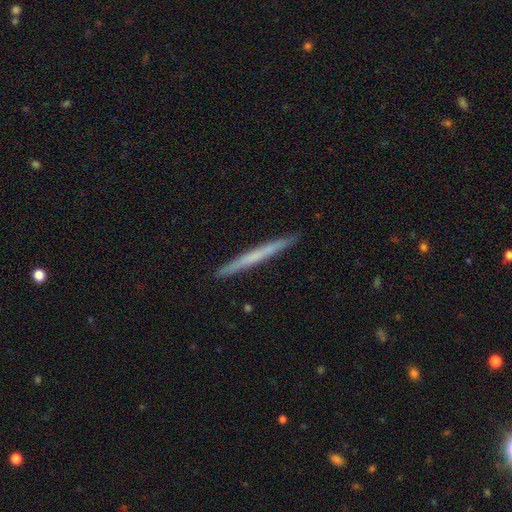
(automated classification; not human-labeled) Smooth or featured: smooth — 51% (featured or disk — 44%)
How rounded: cigar-shaped — 97% (in between — 1%)
Merging: none — 93% (minor disturbance — 5%)